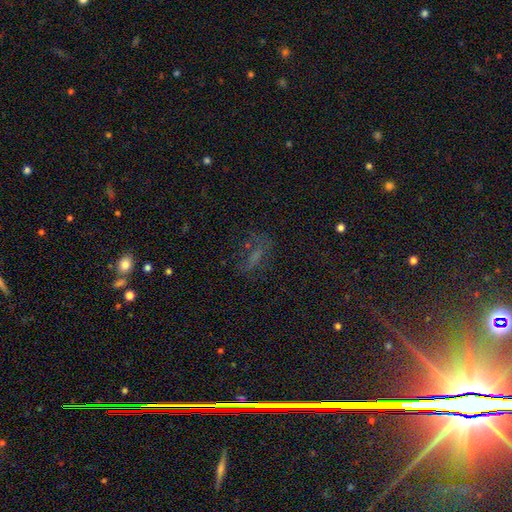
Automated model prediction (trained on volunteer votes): Morphology: type=smooth (38%); merging=none (56%).